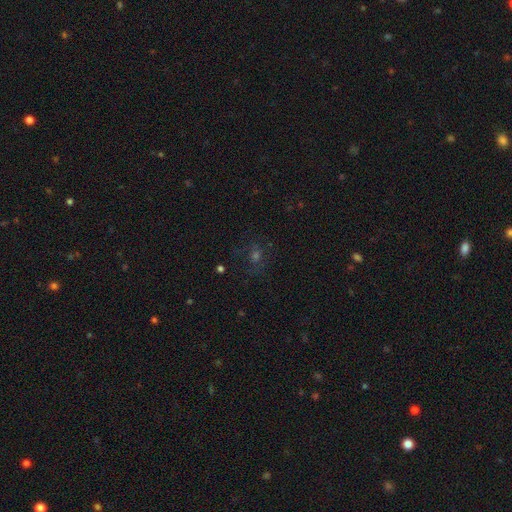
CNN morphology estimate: Smooth or featured: star or artifact — 42% (smooth — 35%)